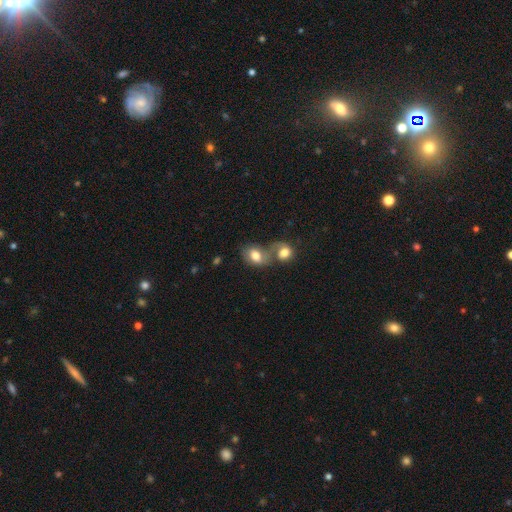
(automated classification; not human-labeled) Q: Smooth or featured?
A: smooth (76%); runner-up: featured or disk (17%)
Q: How rounded?
A: in between (71%); runner-up: round (27%)
Q: Merging?
A: merger (62%); runner-up: none (22%)